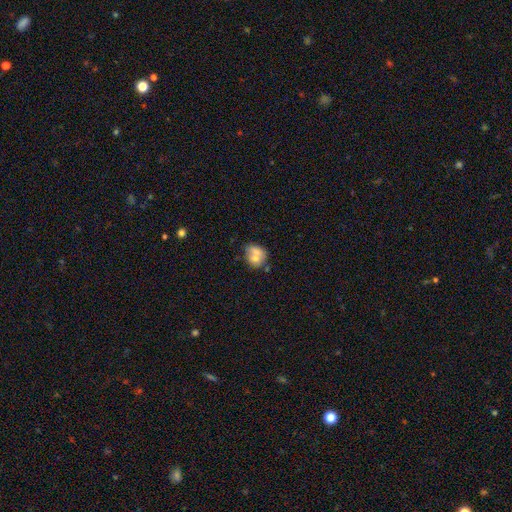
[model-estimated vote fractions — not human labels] This appears to be a smooth galaxy with no disk features (63%) that is round (59%). Merging: merger (43%).